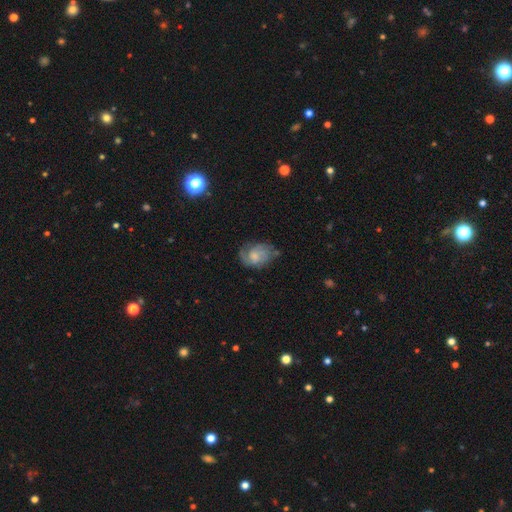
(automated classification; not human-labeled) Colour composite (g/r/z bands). It shows a featured or disk galaxy (55%) with no bar (67%), spiral arms (83%) and a moderate central bulge (35%). Merging: none (52%).